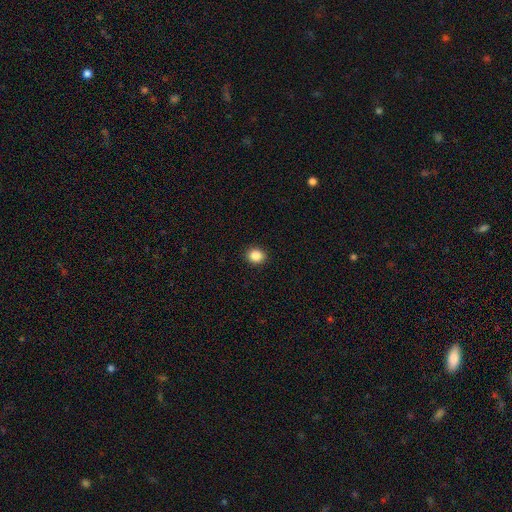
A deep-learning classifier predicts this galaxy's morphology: type=smooth (86%); roundness=round (78%); merging=none (92%).